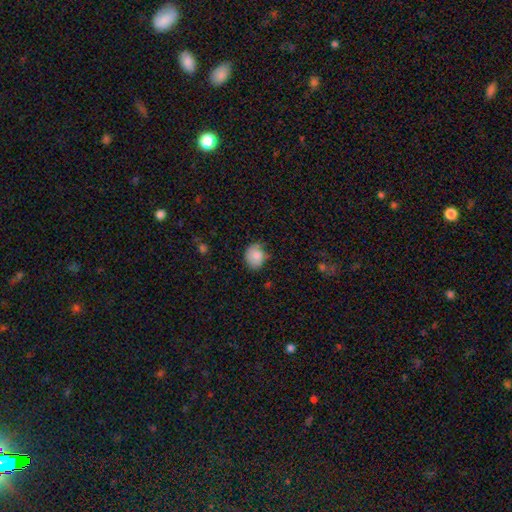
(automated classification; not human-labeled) Smooth or featured: smooth — 81% (featured or disk — 12%)
How rounded: round — 58% (in between — 41%)
Merging: none — 57% (minor disturbance — 33%)